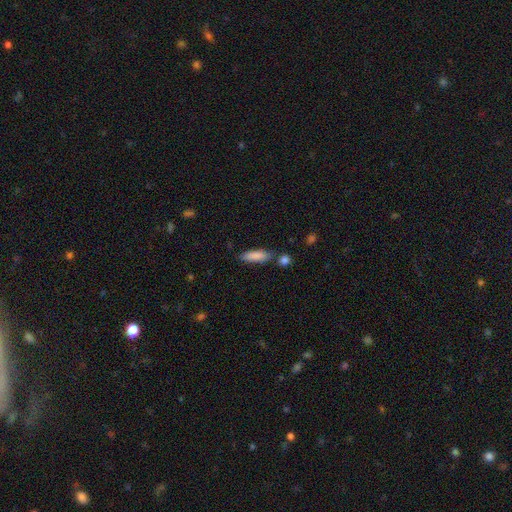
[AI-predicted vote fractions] Morphology: type=smooth (86%); roundness=in between (52%); merging=none (71%).